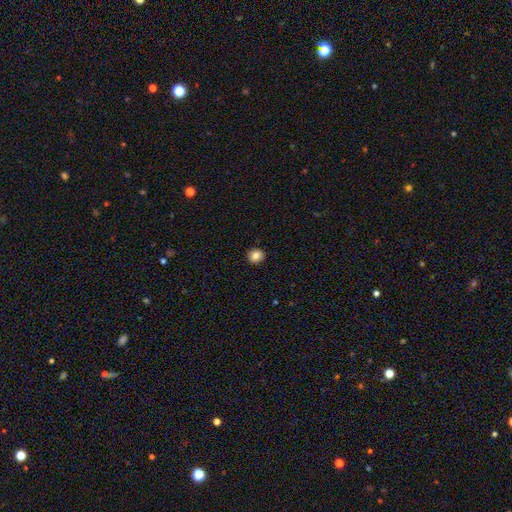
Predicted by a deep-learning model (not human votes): Q: Smooth or featured?
A: smooth (84%); runner-up: star or artifact (10%)
Q: How rounded?
A: round (87%); runner-up: in between (12%)
Q: Merging?
A: none (92%); runner-up: minor disturbance (6%)